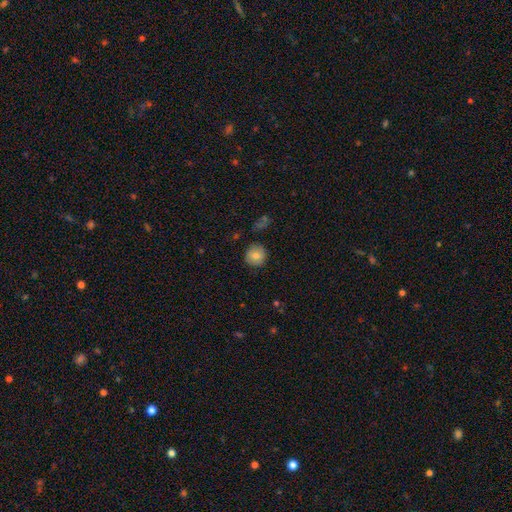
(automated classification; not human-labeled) smooth 77%, featured or disk 14%, star or artifact 9%. Down the decision tree: how rounded — round (90%); merging — none (84%).